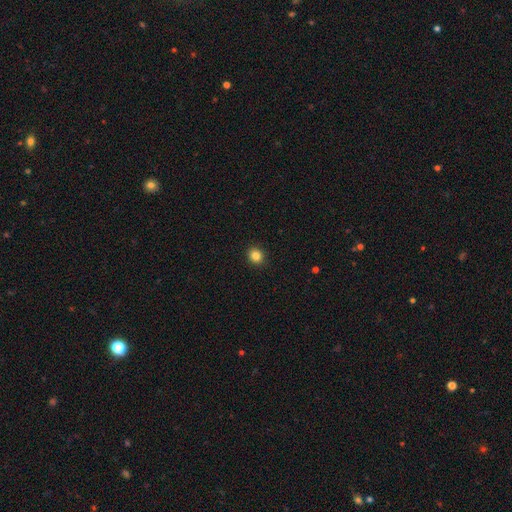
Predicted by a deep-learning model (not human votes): Morphology: type=smooth (85%); roundness=round (76%); merging=none (92%).